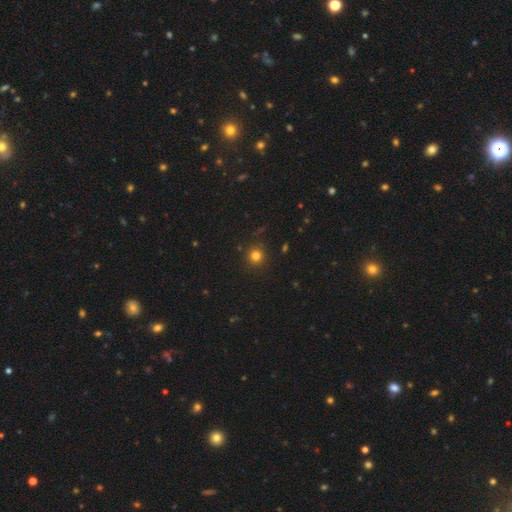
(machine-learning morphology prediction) A smooth galaxy with no disk features (80%) that is round (93%).

Vote fractions:
- Smooth or featured? smooth: 80% / star or artifact: 15% / featured or disk: 5%
- How rounded? round: 93% / in between: 6% / cigar-shaped: 1%
- Merging? none: 88% / minor disturbance: 7% / major disturbance: 3% / merger: 2%